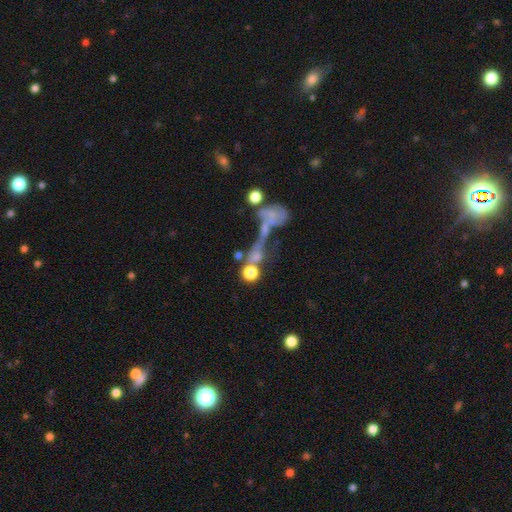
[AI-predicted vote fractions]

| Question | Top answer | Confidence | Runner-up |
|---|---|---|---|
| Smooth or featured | smooth | 40% | featured or disk (34%) |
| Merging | merger | 41% | none (28%) |